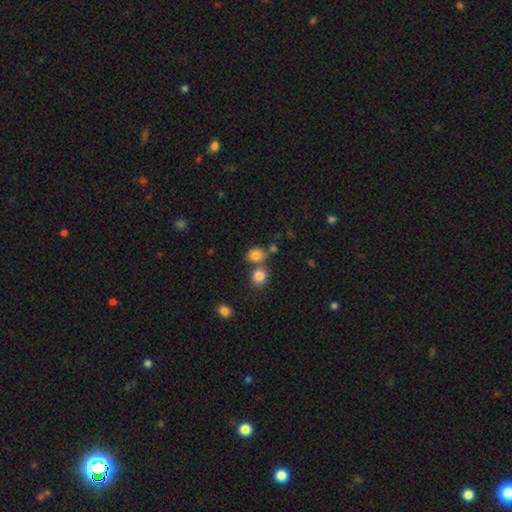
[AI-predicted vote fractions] This appears to be a smooth galaxy with no disk features (81%) that is round (59%). Merging: none (59%).